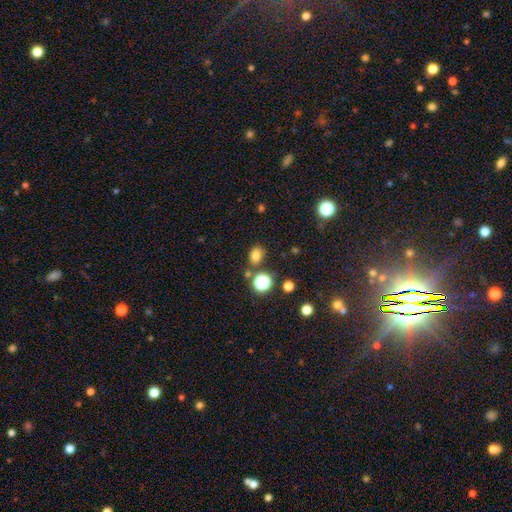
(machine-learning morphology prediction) A smooth galaxy with no disk features (76%) that is in between round and cigar-shaped (53%).

Vote fractions:
- Smooth or featured? smooth: 76% / star or artifact: 18% / featured or disk: 6%
- How rounded? in between: 53% / round: 46% / cigar-shaped: 1%
- Merging? none: 77% / minor disturbance: 12% / merger: 8% / major disturbance: 4%